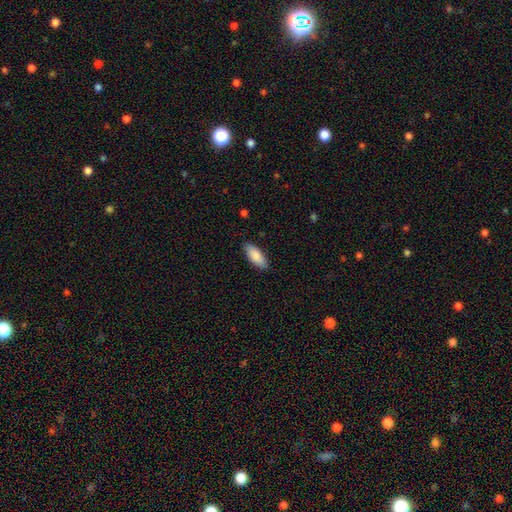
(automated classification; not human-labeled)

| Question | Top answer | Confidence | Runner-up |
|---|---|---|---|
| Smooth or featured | smooth | 85% | featured or disk (9%) |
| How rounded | in between | 81% | cigar-shaped (18%) |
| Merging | none | 86% | minor disturbance (11%) |